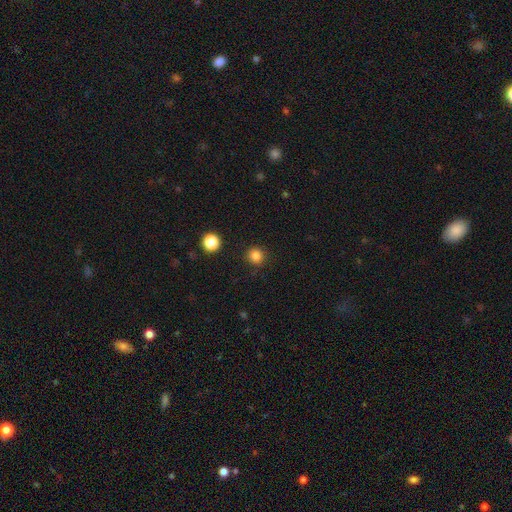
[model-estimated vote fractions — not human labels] smooth_or_featured: smooth (p=0.83) [alt: star or artifact p=0.13]
how_rounded: round (p=0.95) [alt: in between p=0.05]
merging: none (p=0.91) [alt: minor disturbance p=0.06]